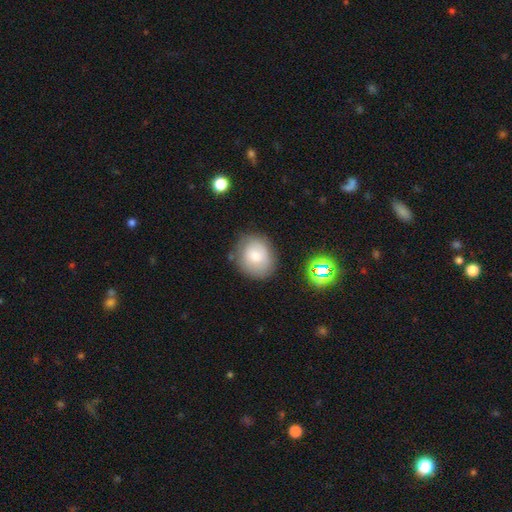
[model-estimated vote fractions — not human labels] A smooth galaxy with no disk features (74%) that is round (64%). Merging: none (76%).